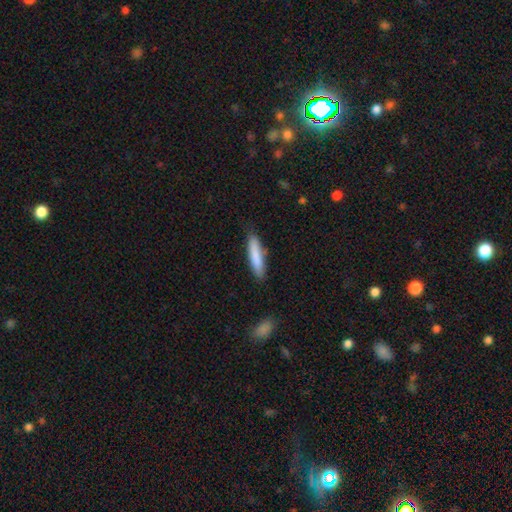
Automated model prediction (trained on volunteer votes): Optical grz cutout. It shows a smooth galaxy with no disk features (83%) that is cigar-shaped (82%). Merging: none (83%).